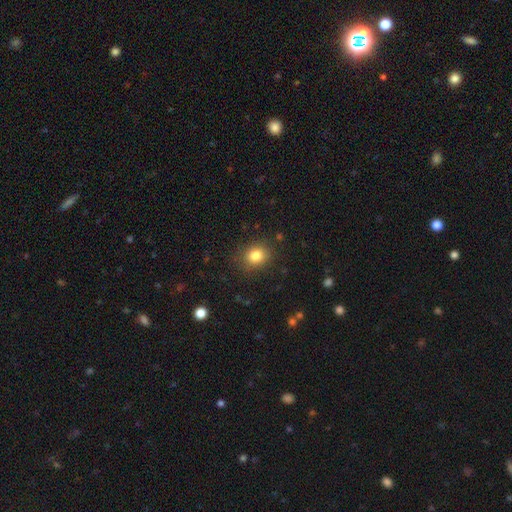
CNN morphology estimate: This appears to be a smooth galaxy with no disk features (82%) that is round (67%). Merging: none (85%).